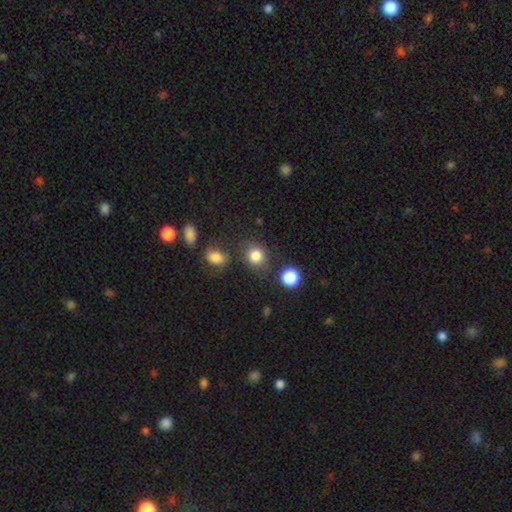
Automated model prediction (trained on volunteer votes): The model was most divided on "how rounded": round: 81%, in between: 18%, cigar-shaped: 1%. More confident: smooth or featured — smooth (83%); merging — none (75%).